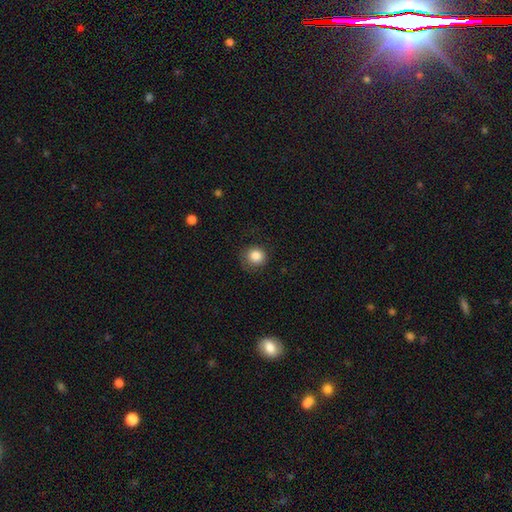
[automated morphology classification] type=smooth (85%); roundness=round (88%); merging=none (74%).